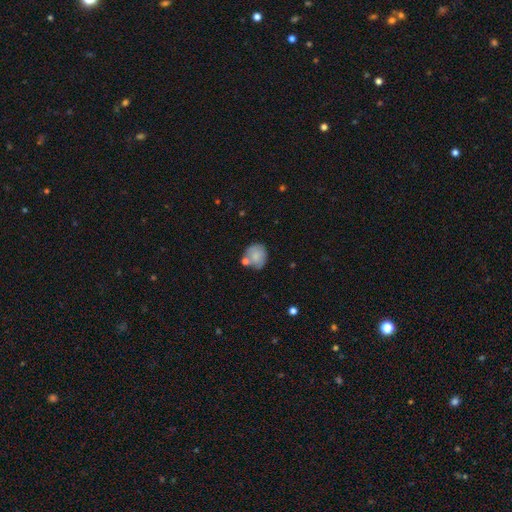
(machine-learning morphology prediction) Smooth or featured? smooth (75%)
How rounded? round (73%)
Merging? none (54%)